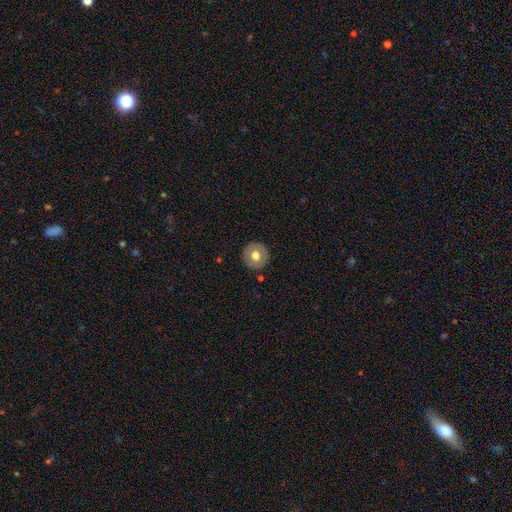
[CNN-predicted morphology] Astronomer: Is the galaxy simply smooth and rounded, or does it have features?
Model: smooth — 68%.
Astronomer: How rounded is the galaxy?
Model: round — 95%.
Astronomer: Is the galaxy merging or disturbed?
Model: none — 90%.